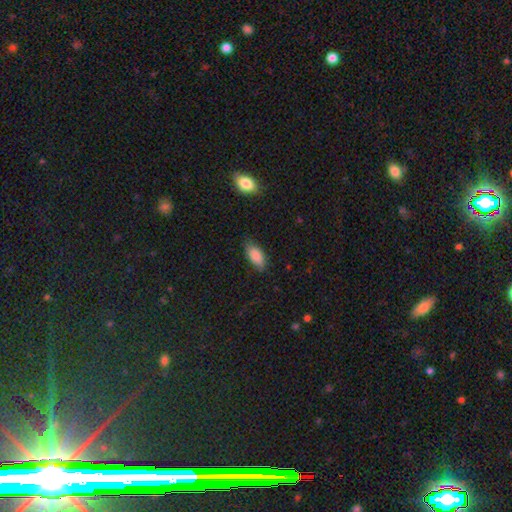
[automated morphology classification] This is clearly a smooth galaxy (86%). How rounded: clearly in between (87%). Merging: likely none (79%).